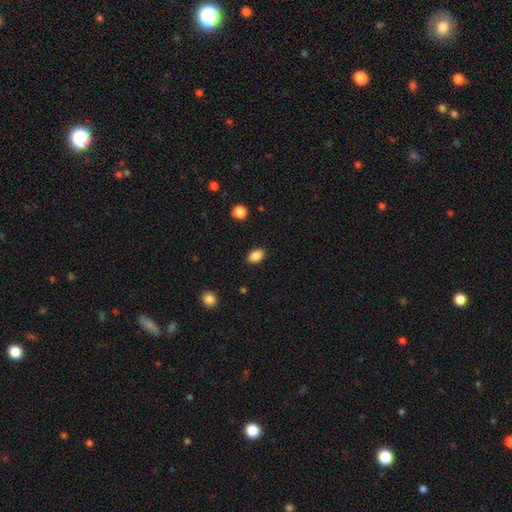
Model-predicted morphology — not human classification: Overall: smooth (87%). How rounded: in between (81%). Merging: none (87%).